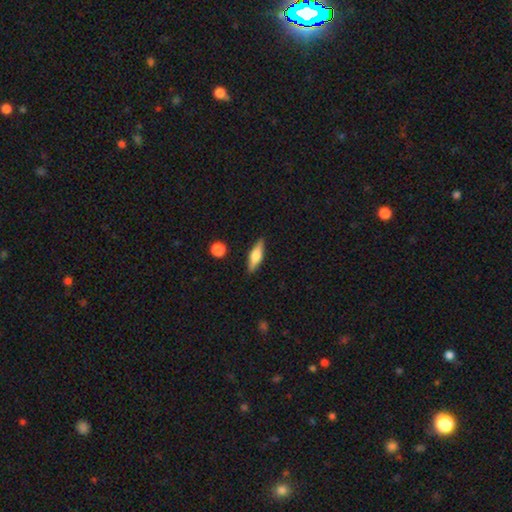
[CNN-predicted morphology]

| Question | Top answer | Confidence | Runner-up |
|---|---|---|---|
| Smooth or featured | smooth | 51% | featured or disk (42%) |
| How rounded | cigar-shaped | 54% | in between (43%) |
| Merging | none | 87% | minor disturbance (9%) |